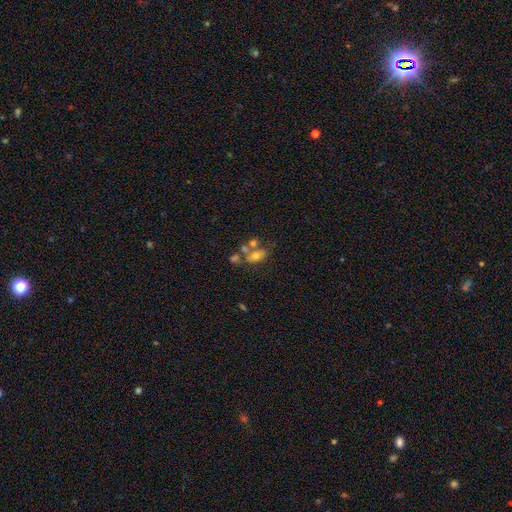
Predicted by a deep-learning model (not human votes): Smooth or featured?
  - smooth: 58% *
  - featured or disk: 29%
  - star or artifact: 12%
How rounded?
  - in between: 80% *
  - round: 18%
  - cigar-shaped: 3%
Merging?
  - merger: 42% *
  - none: 33%
  - minor disturbance: 15%
  - major disturbance: 11%